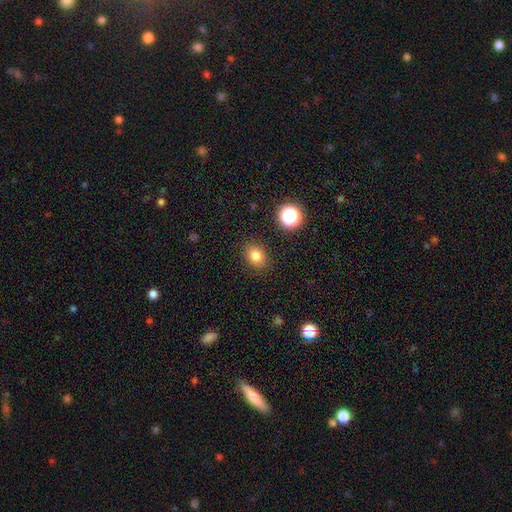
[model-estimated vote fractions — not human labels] smooth 81%, star or artifact 13%, featured or disk 6%. Down the decision tree: how rounded — round (52%); merging — none (86%).